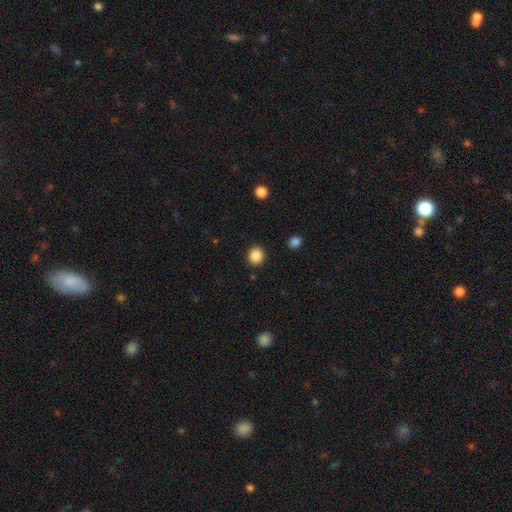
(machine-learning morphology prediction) Smooth or featured? smooth (87%)
How rounded? round (91%)
Merging? none (91%)